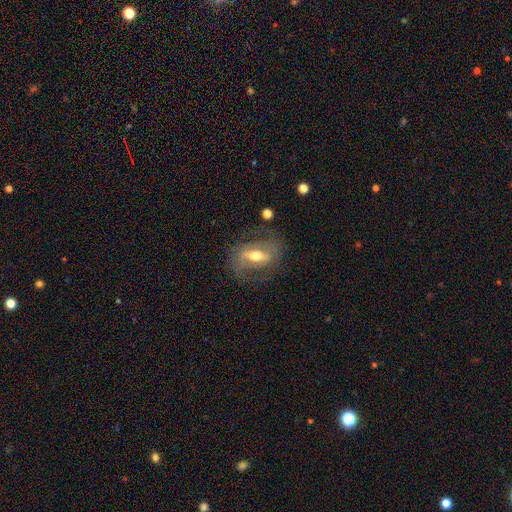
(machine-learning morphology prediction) type=featured or disk (79%); edge-on=no (90%); bar=strong (58%); spiral arms=yes (78%); winding=medium (47%); arm count=2 (83%); bulge=moderate (72%); merging=none (72%).